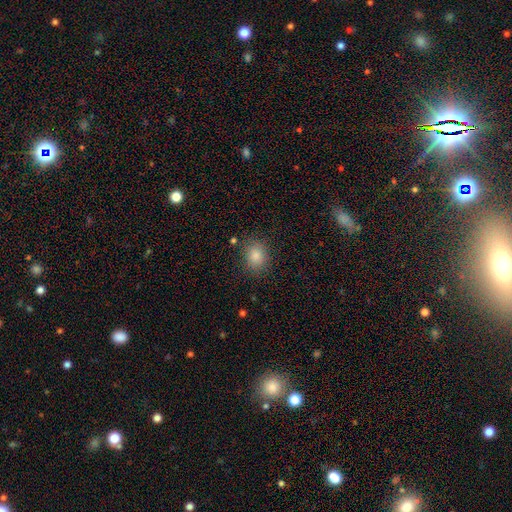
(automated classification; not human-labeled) Morphology: type=smooth (85%); roundness=in between (52%); merging=none (82%).